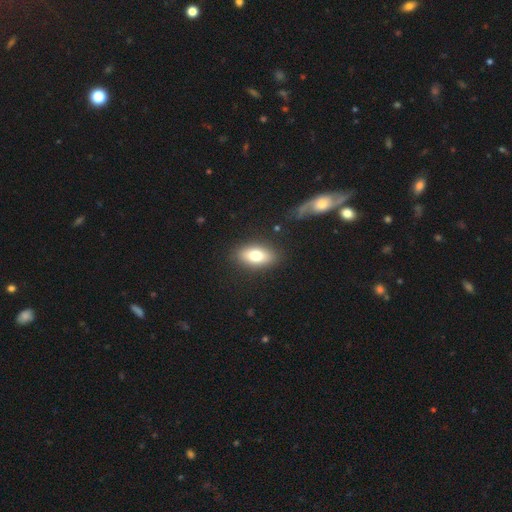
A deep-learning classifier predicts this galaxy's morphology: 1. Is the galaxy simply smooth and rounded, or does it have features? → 73% smooth, 19% featured or disk, 8% star or artifact.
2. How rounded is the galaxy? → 86% in between, 8% cigar-shaped, 6% round.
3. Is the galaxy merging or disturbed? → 85% none, 9% minor disturbance, 3% major disturbance, 2% merger.